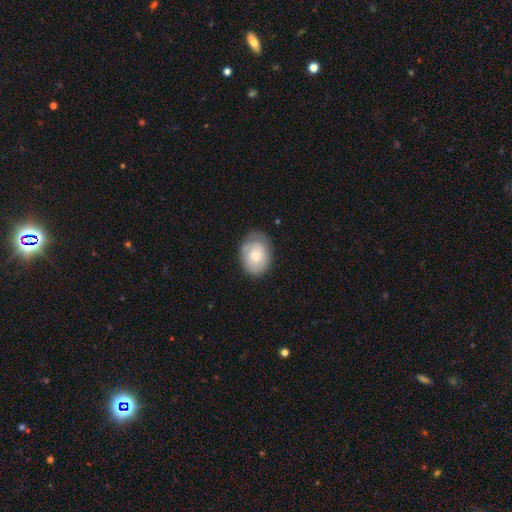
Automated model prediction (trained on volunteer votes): Overall: smooth (66%; featured or disk 27%). How rounded: in between (65%; round 34%). Merging: none (70%).